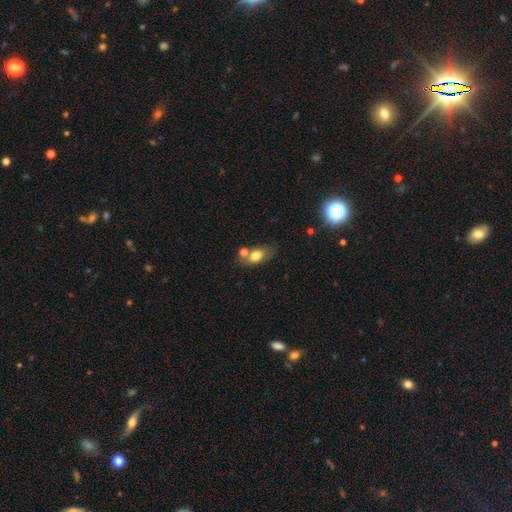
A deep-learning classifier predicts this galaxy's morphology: smooth 74%, featured or disk 16%, star or artifact 9%. Down the decision tree: how rounded — in between (81%); merging — none (52%).